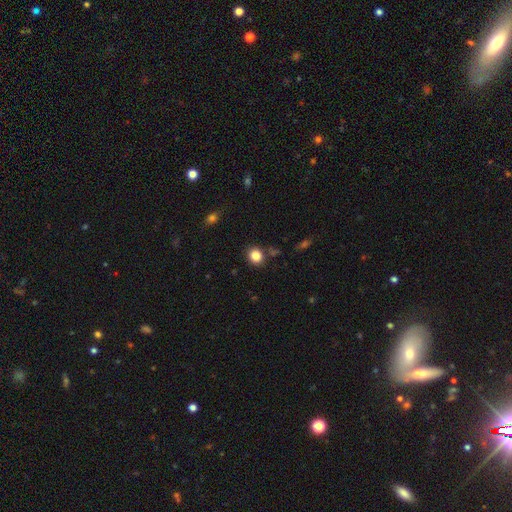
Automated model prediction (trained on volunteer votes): This is clearly a smooth galaxy (84%). How rounded: likely round (78%). Merging: clearly none (84%).